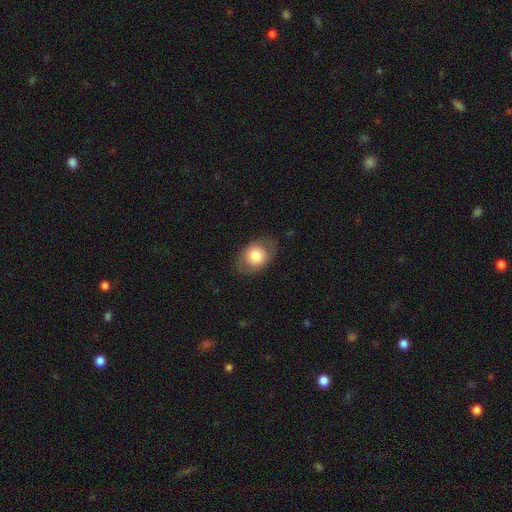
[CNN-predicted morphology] A smooth galaxy with no disk features (75%) that is in between round and cigar-shaped (66%).

Vote fractions:
- Smooth or featured? smooth: 75% / featured or disk: 18% / star or artifact: 7%
- How rounded? in between: 66% / round: 33% / cigar-shaped: 1%
- Merging? none: 77% / minor disturbance: 16% / major disturbance: 6% / merger: 1%